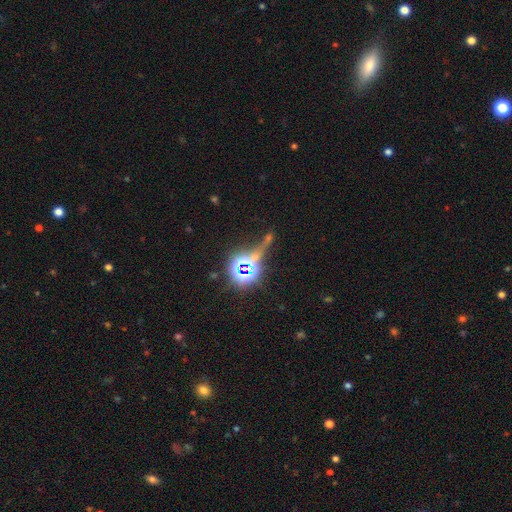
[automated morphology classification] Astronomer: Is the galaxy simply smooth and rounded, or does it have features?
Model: star or artifact — 70%.